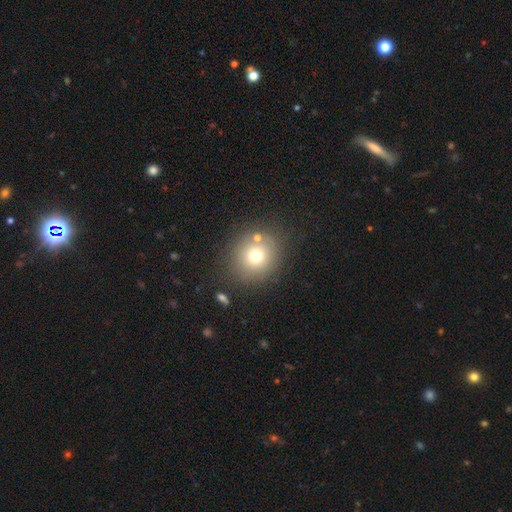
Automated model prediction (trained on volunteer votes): Overall: smooth (71%). How rounded: round (86%). Merging: none (78%).